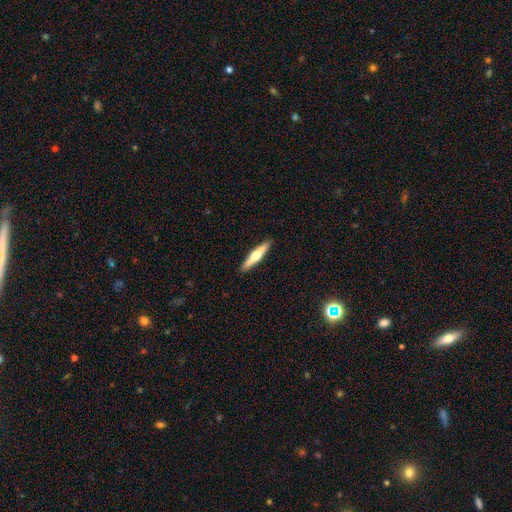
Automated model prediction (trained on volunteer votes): This is possibly a featured or disk galaxy (53%). It is clearly viewed edge-on (95%). Edge-on bulge: clearly rounded (93%). Merging: clearly none (91%).